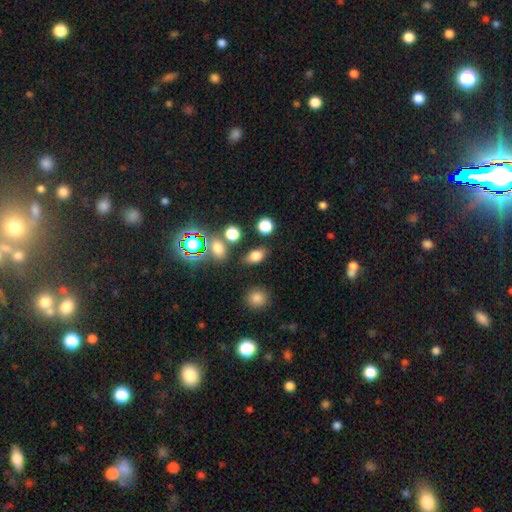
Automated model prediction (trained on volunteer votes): Q: Smooth or featured?
A: smooth (77%); runner-up: star or artifact (15%)
Q: How rounded?
A: in between (82%); runner-up: round (15%)
Q: Merging?
A: none (79%); runner-up: minor disturbance (11%)